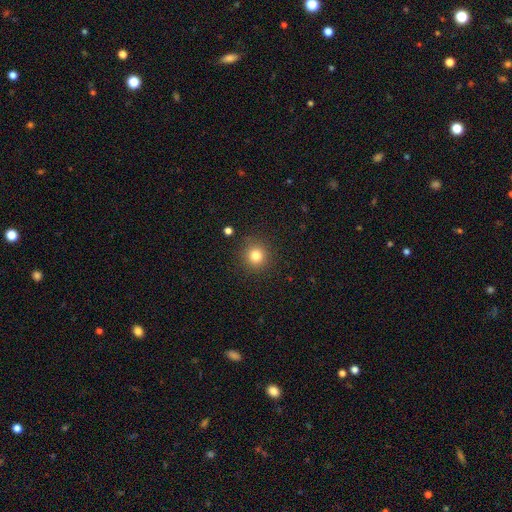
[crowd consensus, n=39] Smooth or featured? 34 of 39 (87%) said smooth. How rounded? 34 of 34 (100%) said round. Merging? 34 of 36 (94%) said none.